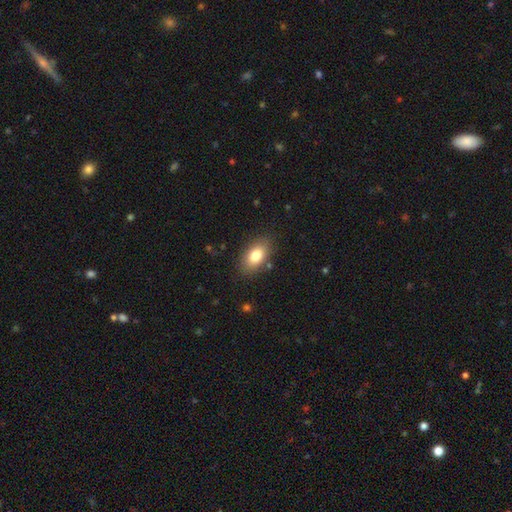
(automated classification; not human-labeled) Overall: smooth (81%). How rounded: in between (91%). Merging: none (84%).